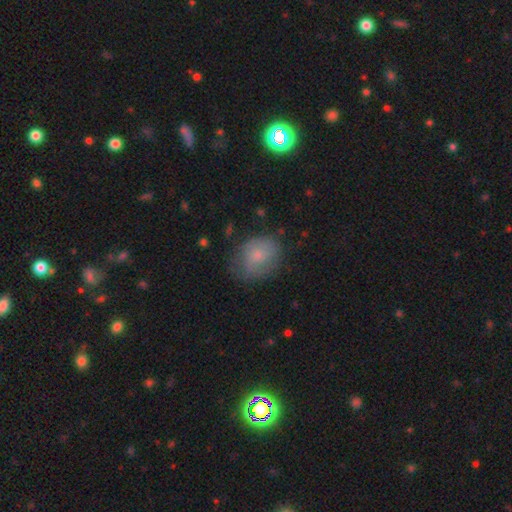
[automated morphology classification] smooth-or-featured: smooth: 67% | featured or disk: 24% | star or artifact: 9%
  how-rounded: in between: 50% | round: 49% | cigar-shaped: 1%
  merging: none: 60% | minor disturbance: 27% | major disturbance: 11% | merger: 2%